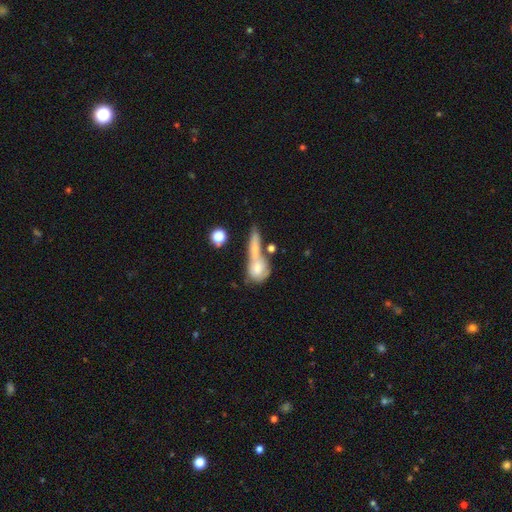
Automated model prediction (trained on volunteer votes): Smooth or featured: smooth — 52% (featured or disk — 36%)
How rounded: round — 41% (cigar-shaped — 30%)
Merging: merger — 41% (none — 35%)